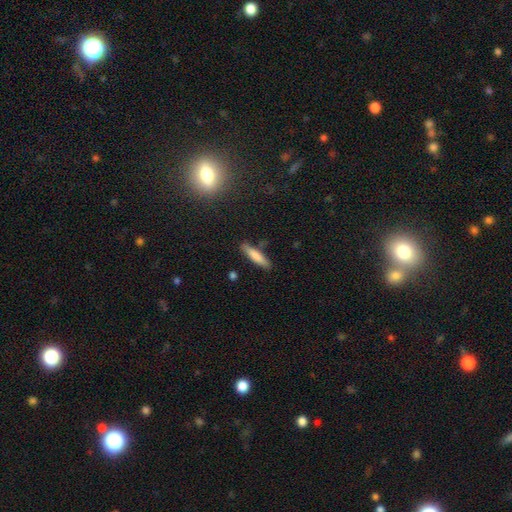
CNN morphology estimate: The model was most divided on "smooth or featured": smooth: 77%, featured or disk: 17%, star or artifact: 7%. More confident: how rounded — cigar-shaped (83%); merging — none (81%).